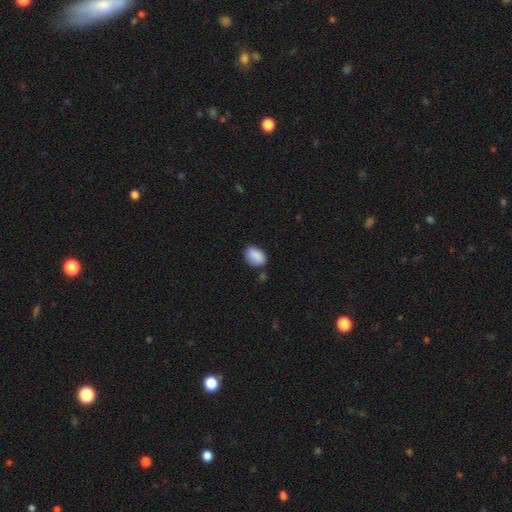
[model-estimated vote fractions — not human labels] Smooth or featured?
  - smooth: 88% *
  - star or artifact: 7%
  - featured or disk: 4%
How rounded?
  - in between: 85% *
  - round: 14%
  - cigar-shaped: 1%
Merging?
  - none: 73% *
  - minor disturbance: 19%
  - merger: 4%
  - major disturbance: 4%